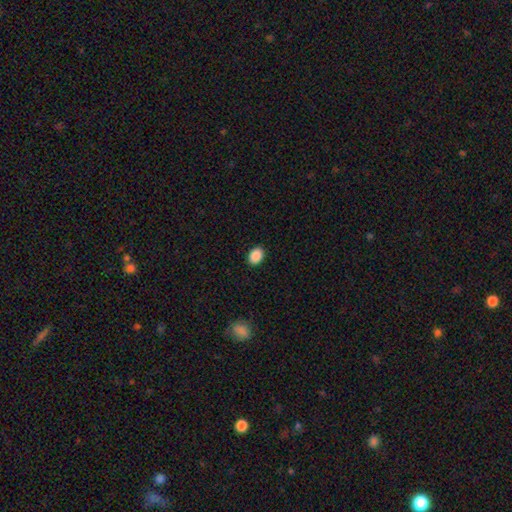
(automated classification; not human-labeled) Q: Smooth or featured?
A: smooth (89%); runner-up: star or artifact (8%)
Q: How rounded?
A: in between (76%); runner-up: round (23%)
Q: Merging?
A: none (90%); runner-up: minor disturbance (7%)